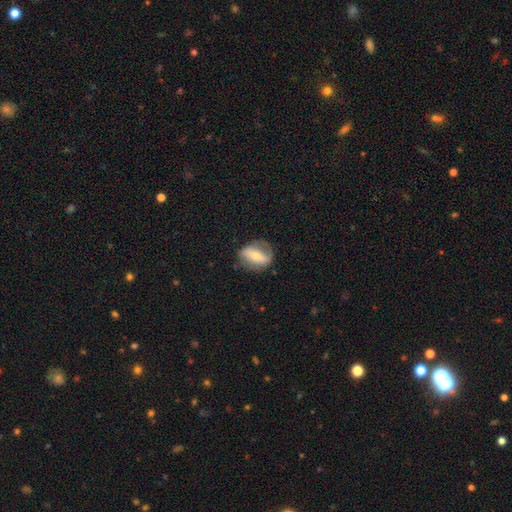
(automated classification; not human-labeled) smooth_or_featured: featured or disk (p=0.58) [alt: smooth p=0.35]
disk_edge_on: no (p=0.85) [alt: yes p=0.15]
merging: none (p=0.69) [alt: minor disturbance p=0.20]